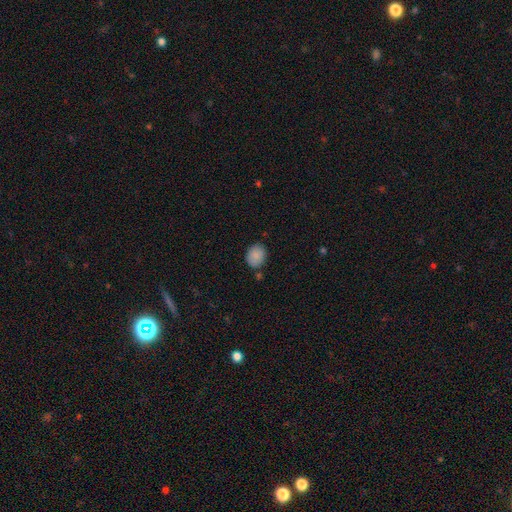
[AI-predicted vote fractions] A smooth galaxy with no disk features (88%) that is in between round and cigar-shaped (52%).

Vote fractions:
- Smooth or featured? smooth: 88% / star or artifact: 8% / featured or disk: 4%
- How rounded? in between: 52% / round: 47% / cigar-shaped: 1%
- Merging? none: 79% / minor disturbance: 14% / merger: 4% / major disturbance: 3%